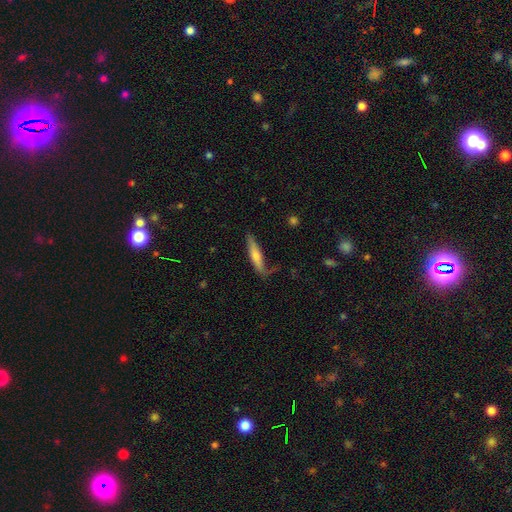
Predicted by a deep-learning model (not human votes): Smooth or featured? smooth (49%)
Merging? none (63%)